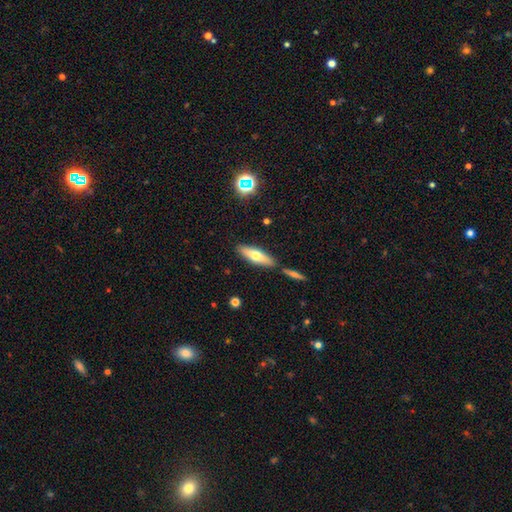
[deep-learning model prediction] This appears to be a smooth galaxy with no disk features (62%) that is cigar-shaped (56%). Merging: none (79%).